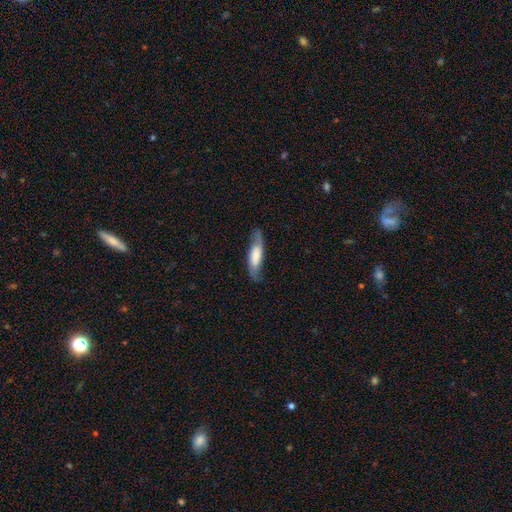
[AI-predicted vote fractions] This appears to be a smooth galaxy with no disk features (54%) that is cigar-shaped (57%). Merging: none (74%).